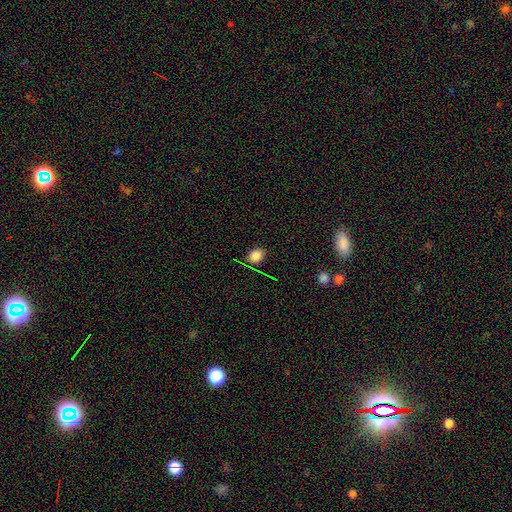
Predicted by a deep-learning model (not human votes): A smooth galaxy with no disk features (79%) that is in between round and cigar-shaped (60%).

Vote fractions:
- Smooth or featured? smooth: 79% / star or artifact: 16% / featured or disk: 5%
- How rounded? in between: 60% / round: 38% / cigar-shaped: 2%
- Merging? none: 84% / minor disturbance: 11% / major disturbance: 3% / merger: 2%